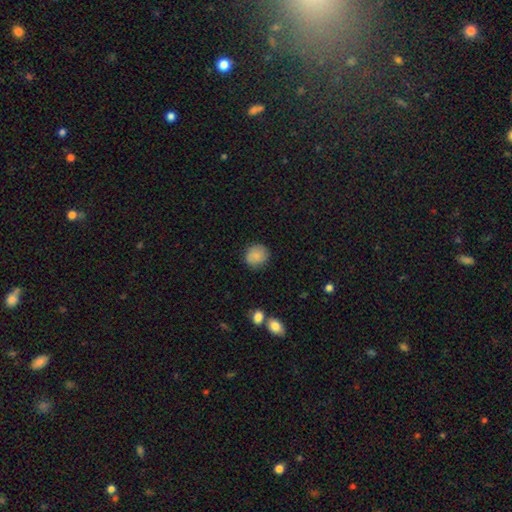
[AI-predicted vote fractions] Smooth or featured? Predicted: smooth (p=0.85). How rounded? Predicted: round (p=0.88). Merging? Predicted: none (p=0.85).